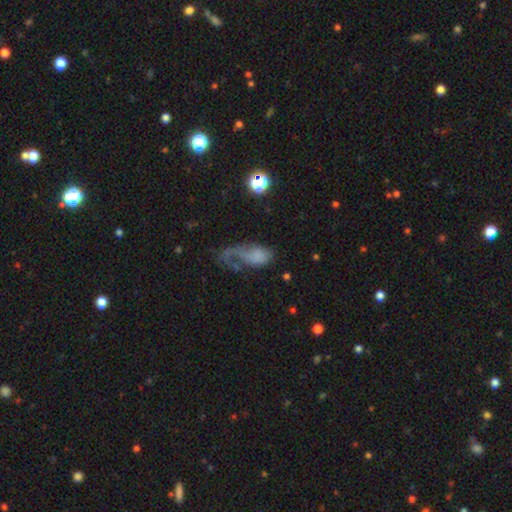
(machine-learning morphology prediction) smooth-or-featured: smooth: 49% | featured or disk: 38% | star or artifact: 13%
  merging: major disturbance: 56% | none: 20% | minor disturbance: 17% | merger: 6%